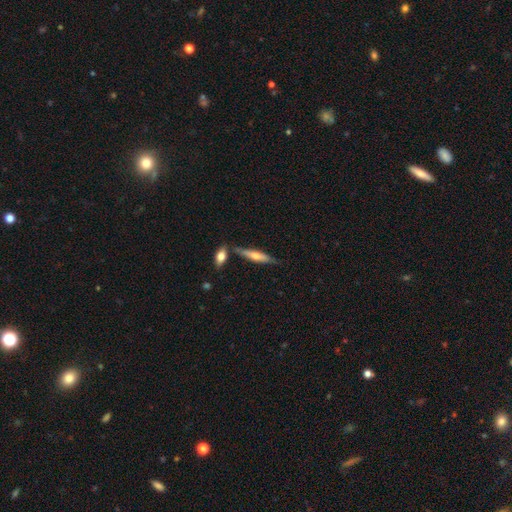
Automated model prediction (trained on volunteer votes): A smooth galaxy with no disk features (50%) that is cigar-shaped (79%). Merging: none (71%).